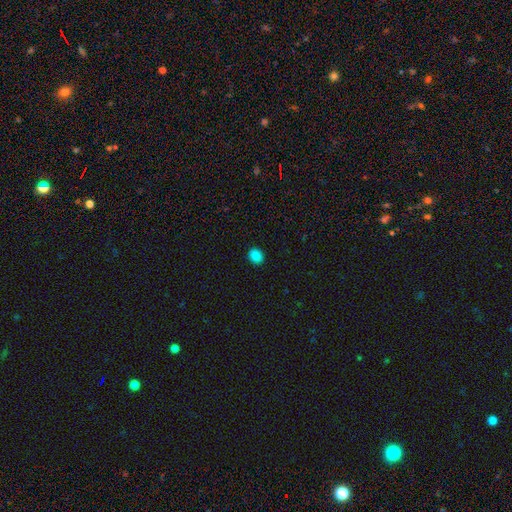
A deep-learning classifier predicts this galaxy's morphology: Smooth or featured: smooth — 86% (star or artifact — 12%)
How rounded: round — 57% (in between — 42%)
Merging: none — 90% (minor disturbance — 7%)